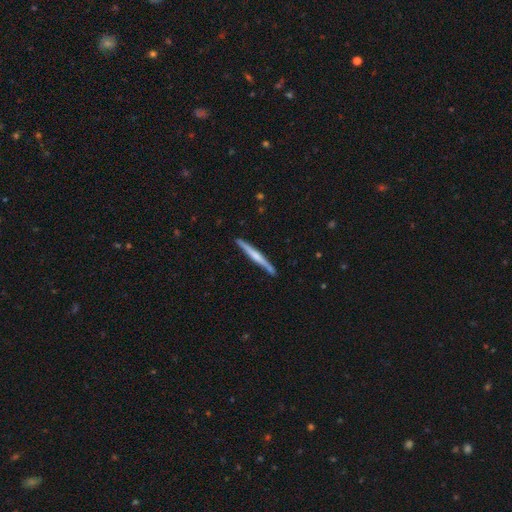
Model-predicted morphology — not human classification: This appears to be a featured or disk galaxy (60%) viewed edge-on (98%) with a rounded central bulge (50%). Merging: none (89%).